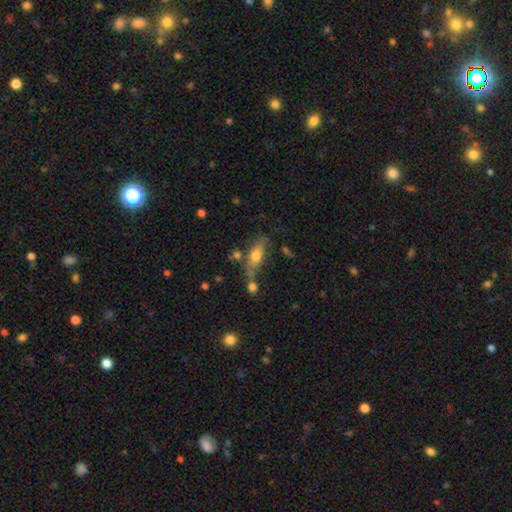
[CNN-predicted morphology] Smooth or featured? Predicted: smooth (p=0.63). How rounded? Predicted: in between (p=0.68). Merging? Predicted: none (p=0.55).